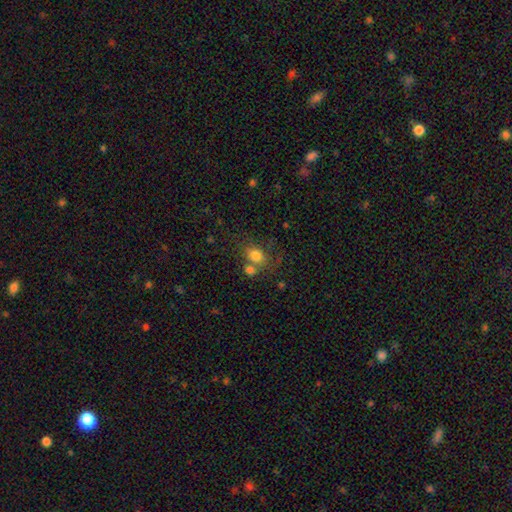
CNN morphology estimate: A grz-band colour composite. It shows a smooth galaxy with no disk features (78%) that is round (50%). Merging: none (45%).